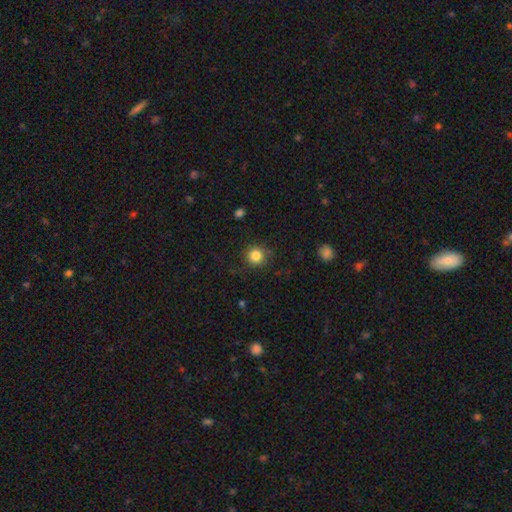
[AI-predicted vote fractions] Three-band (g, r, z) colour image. It shows a smooth galaxy with no disk features (84%) that is round (93%). Merging: none (87%).